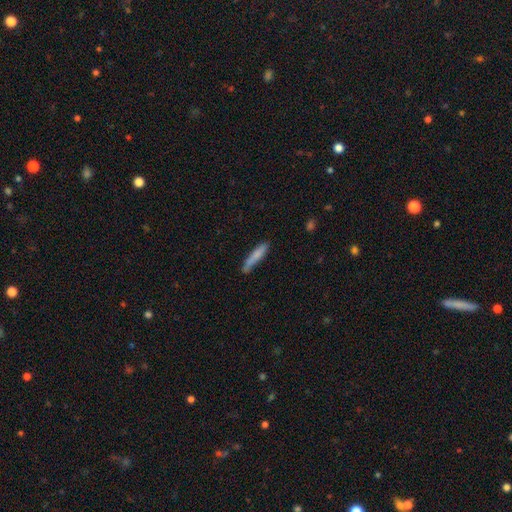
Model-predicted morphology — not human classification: Smooth or featured: smooth — 76% (featured or disk — 17%)
How rounded: cigar-shaped — 91% (in between — 8%)
Merging: none — 73% (minor disturbance — 20%)